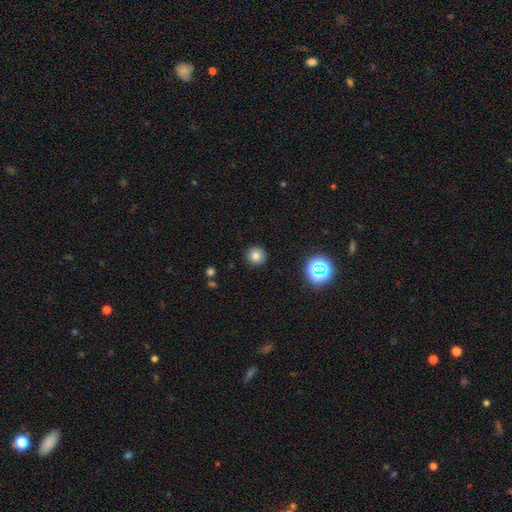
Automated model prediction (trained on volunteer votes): smooth_or_featured: smooth (p=0.78) [alt: star or artifact p=0.14]
how_rounded: round (p=0.94) [alt: in between p=0.05]
merging: none (p=0.91) [alt: minor disturbance p=0.06]